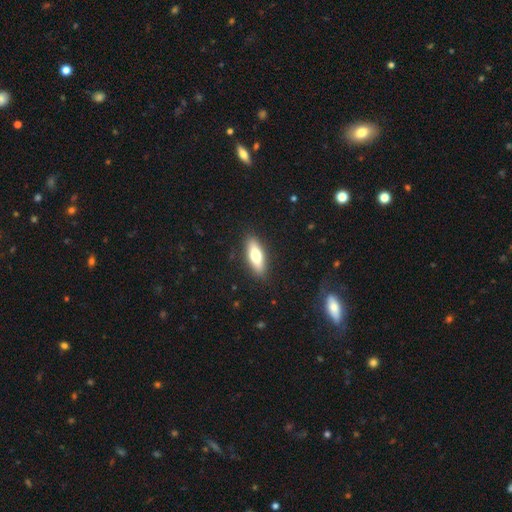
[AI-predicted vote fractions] Smooth or featured: smooth — 66% (featured or disk — 28%)
How rounded: in between — 56% (cigar-shaped — 41%)
Merging: none — 89% (minor disturbance — 8%)